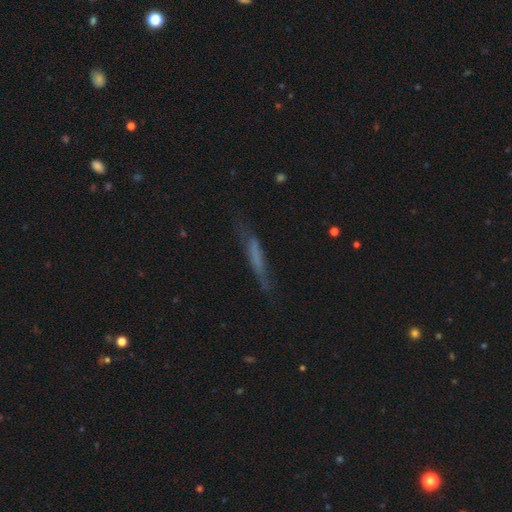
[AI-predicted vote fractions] Smooth or featured?
  - smooth: 49% *
  - featured or disk: 40%
  - star or artifact: 11%
Merging?
  - none: 65% *
  - minor disturbance: 23%
  - major disturbance: 9%
  - merger: 2%